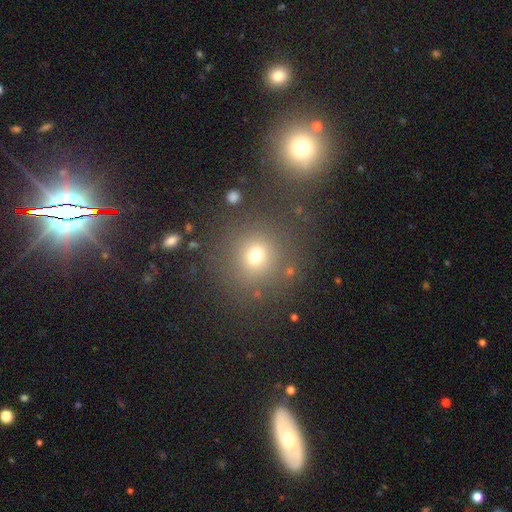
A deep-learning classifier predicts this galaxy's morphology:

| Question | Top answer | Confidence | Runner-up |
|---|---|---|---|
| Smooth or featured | smooth | 70% | star or artifact (20%) |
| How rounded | round | 89% | in between (10%) |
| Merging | none | 81% | minor disturbance (10%) |